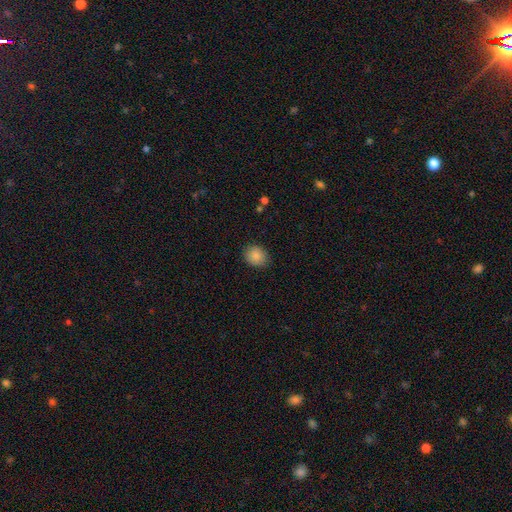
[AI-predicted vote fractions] smooth-or-featured: smooth: 87% | star or artifact: 8% | featured or disk: 5%
  how-rounded: round: 60% | in between: 39% | cigar-shaped: 1%
  merging: none: 86% | minor disturbance: 10% | major disturbance: 3% | merger: 1%